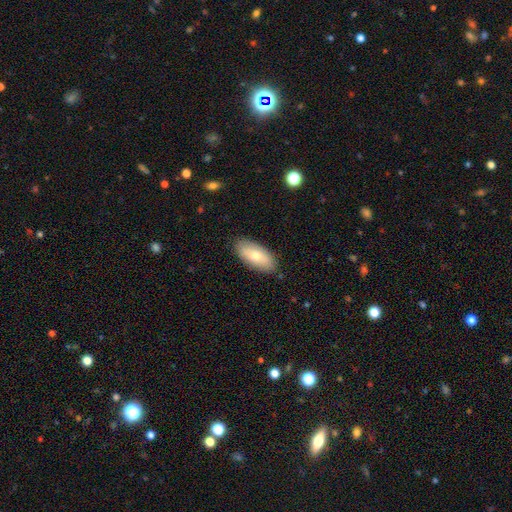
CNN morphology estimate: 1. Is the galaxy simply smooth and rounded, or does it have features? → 69% smooth, 25% featured or disk, 6% star or artifact.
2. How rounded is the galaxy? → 88% in between, 10% cigar-shaped, 2% round.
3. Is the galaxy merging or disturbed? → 87% none, 10% minor disturbance, 2% major disturbance, 1% merger.